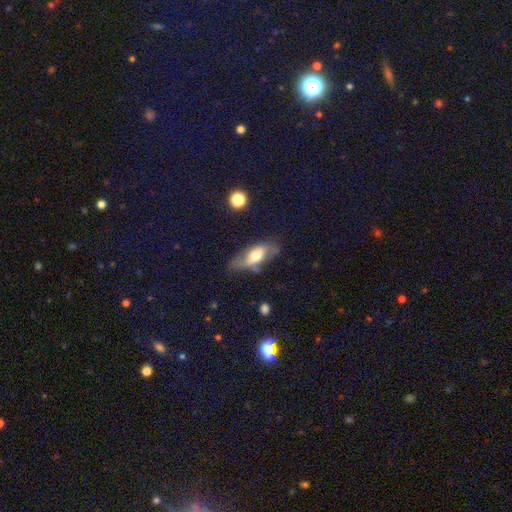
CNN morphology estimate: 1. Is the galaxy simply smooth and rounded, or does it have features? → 47% featured or disk, 45% smooth, 7% star or artifact.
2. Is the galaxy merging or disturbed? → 52% none, 30% minor disturbance, 14% major disturbance, 4% merger.